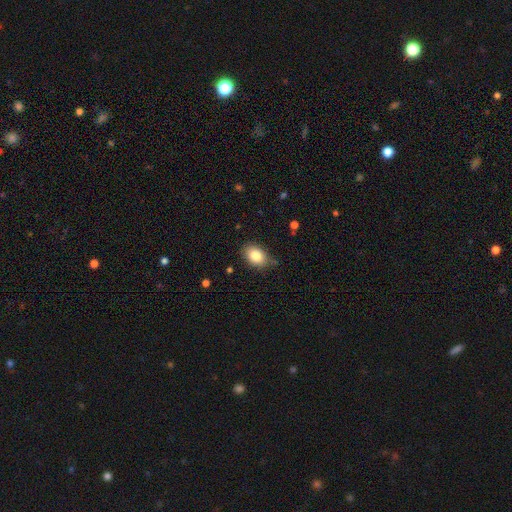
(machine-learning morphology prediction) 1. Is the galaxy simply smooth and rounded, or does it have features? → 83% smooth, 9% featured or disk, 8% star or artifact.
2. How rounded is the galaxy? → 81% in between, 18% round, 1% cigar-shaped.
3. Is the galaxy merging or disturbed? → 77% none, 18% minor disturbance, 3% major disturbance, 2% merger.